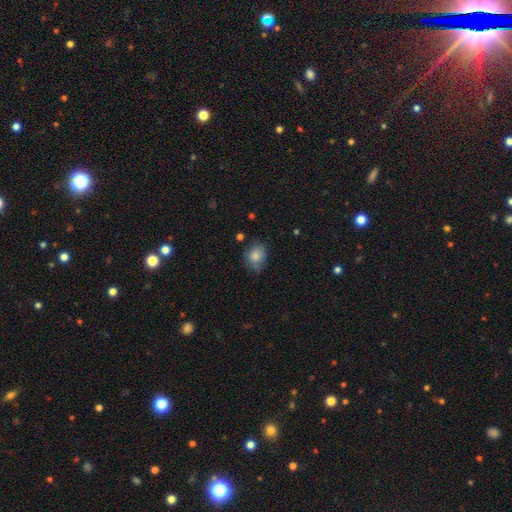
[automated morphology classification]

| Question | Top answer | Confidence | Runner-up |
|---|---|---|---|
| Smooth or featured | smooth | 79% | featured or disk (12%) |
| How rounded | in between | 50% | round (49%) |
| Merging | none | 63% | minor disturbance (27%) |